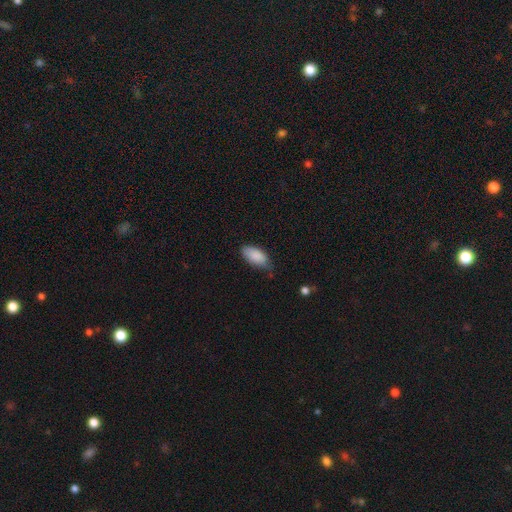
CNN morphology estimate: Q: Smooth or featured?
A: smooth (87%); runner-up: featured or disk (7%)
Q: How rounded?
A: in between (92%); runner-up: cigar-shaped (6%)
Q: Merging?
A: none (59%); runner-up: minor disturbance (33%)